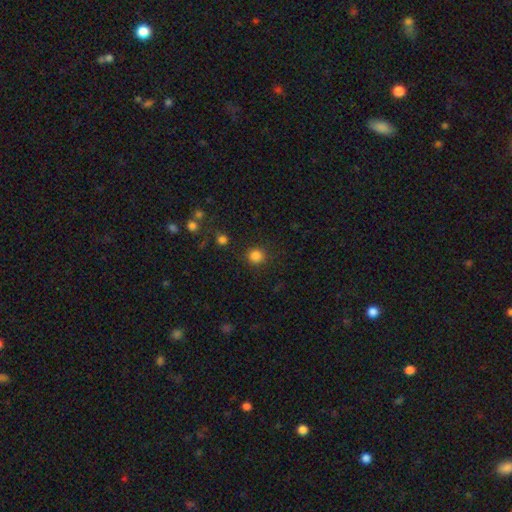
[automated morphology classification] type=smooth (83%); roundness=round (93%); merging=none (88%).